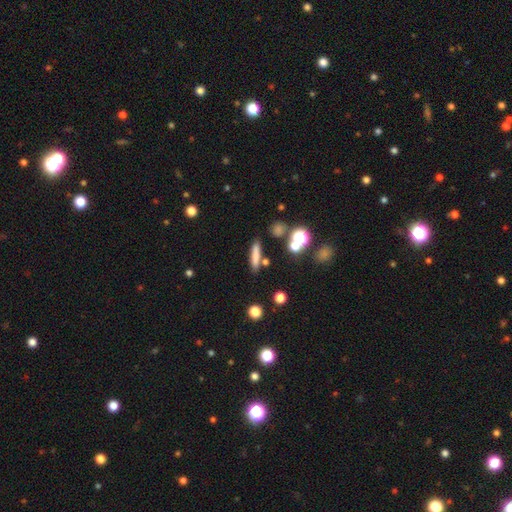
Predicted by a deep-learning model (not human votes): Overall: smooth (74%). How rounded: cigar-shaped (81%). Merging: none (79%).